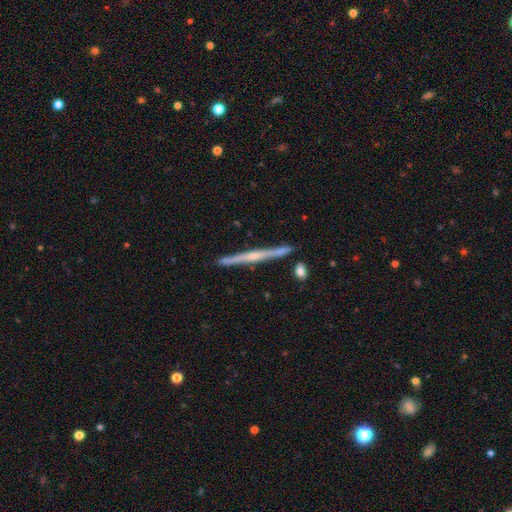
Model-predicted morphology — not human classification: The model was most divided on "edge-on bulge": rounded: 58%, none: 32%, boxy: 11%. More confident: edge-on disk — yes (98%); merging — none (89%); smooth or featured — featured or disk (76%).